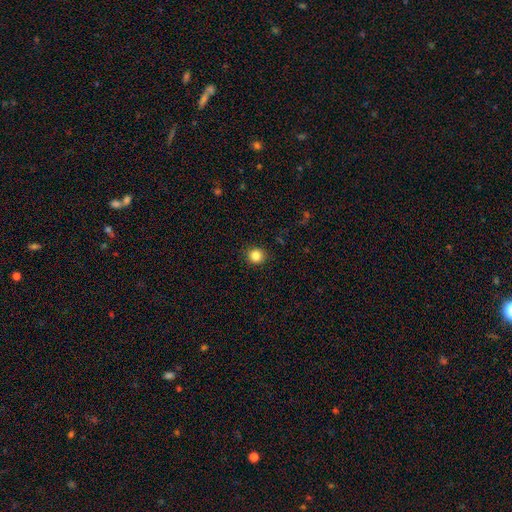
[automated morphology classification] smooth 85%, star or artifact 11%, featured or disk 4%. Down the decision tree: how rounded — round (91%); merging — none (91%).